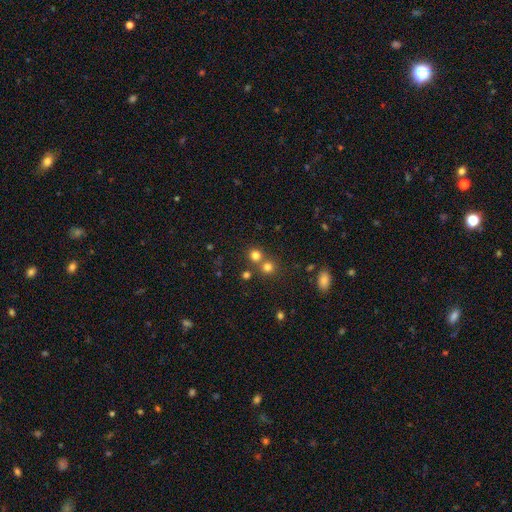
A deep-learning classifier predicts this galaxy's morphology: Smooth or featured? Predicted: smooth (p=0.75). How rounded? Predicted: round (p=0.89). Merging? Predicted: none (p=0.61).